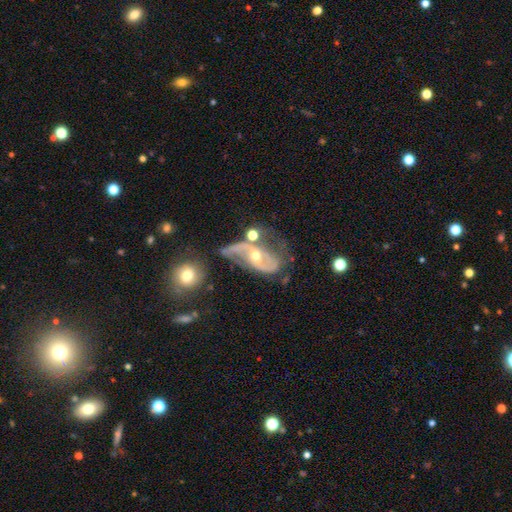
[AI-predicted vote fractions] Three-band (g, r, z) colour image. It shows a featured or disk galaxy (81%) with no bar (56%), 2 (68%) loose (39%) spiral arms (85%) and a moderate central bulge (54%). Merging: none (31%, tied with major disturbance).